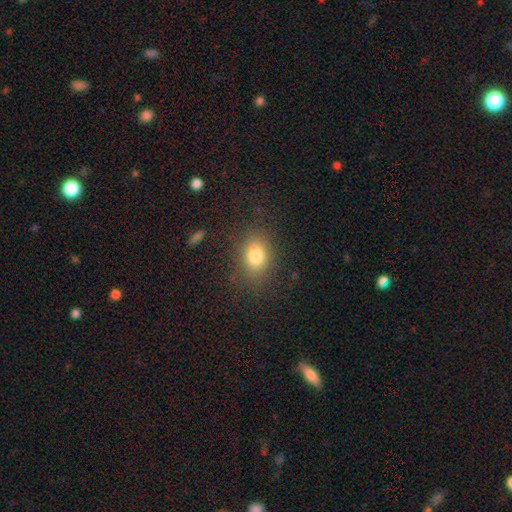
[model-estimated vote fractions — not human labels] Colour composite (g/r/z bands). It shows a smooth galaxy with no disk features (79%) that is in between round and cigar-shaped (71%). Merging: none (80%).